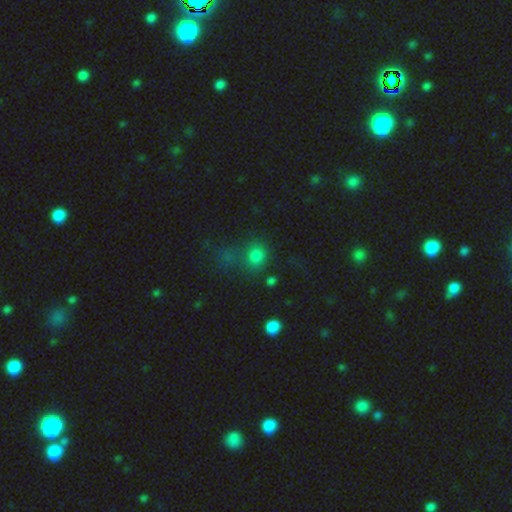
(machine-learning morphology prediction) Smooth or featured? smooth (72%)
How rounded? round (73%)
Merging? none (49%)